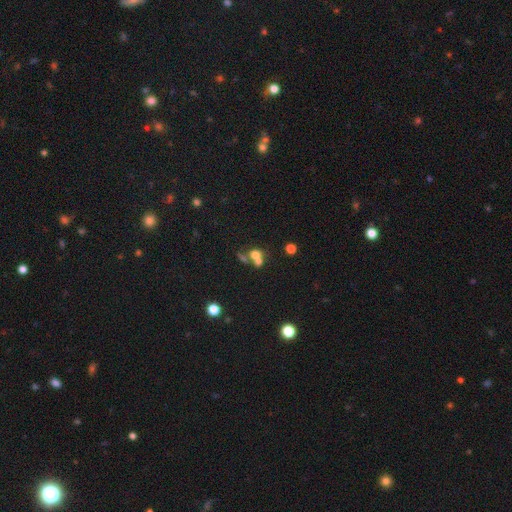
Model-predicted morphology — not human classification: smooth-or-featured: smooth: 64% | featured or disk: 19% | star or artifact: 17%
  how-rounded: round: 69% | in between: 29% | cigar-shaped: 2%
  merging: merger: 55% | none: 31% | minor disturbance: 7% | major disturbance: 7%